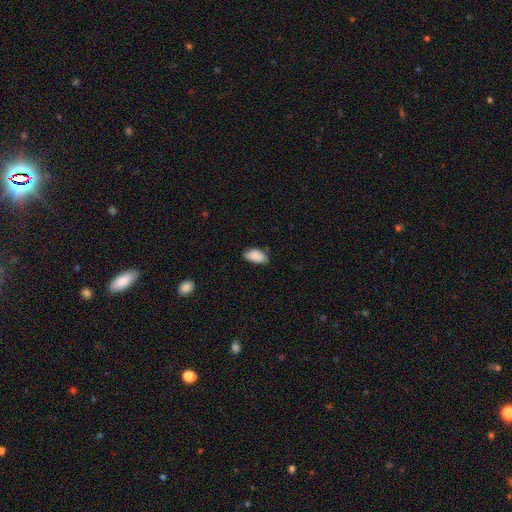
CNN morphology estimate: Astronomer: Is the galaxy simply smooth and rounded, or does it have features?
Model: smooth — 88%.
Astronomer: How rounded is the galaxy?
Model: in between — 94%.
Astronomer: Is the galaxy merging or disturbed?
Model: none — 67%.